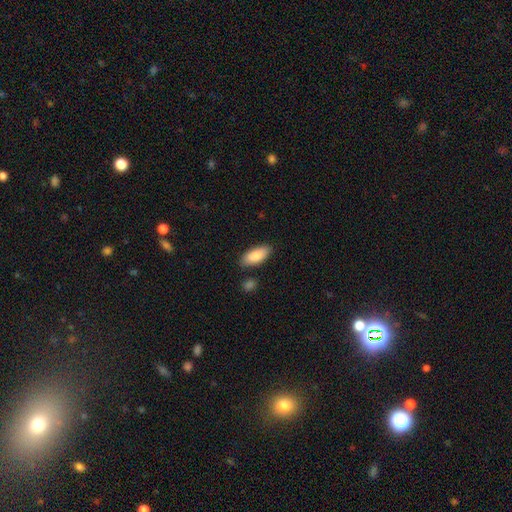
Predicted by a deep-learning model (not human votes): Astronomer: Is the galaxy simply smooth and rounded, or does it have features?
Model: smooth — 86%.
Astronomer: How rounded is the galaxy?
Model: in between — 87%.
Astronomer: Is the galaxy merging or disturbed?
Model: none — 81%.